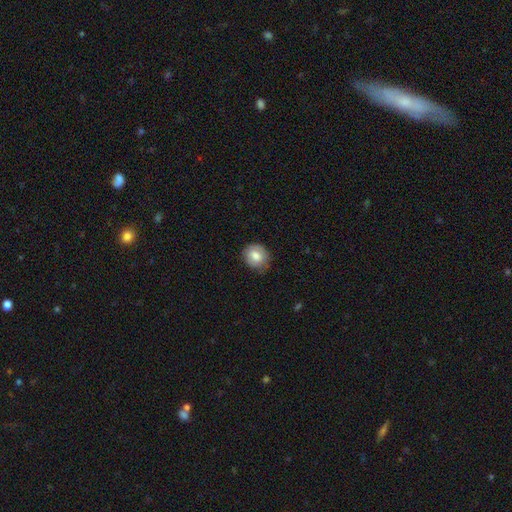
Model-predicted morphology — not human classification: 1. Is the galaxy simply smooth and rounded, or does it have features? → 75% smooth, 18% featured or disk, 8% star or artifact.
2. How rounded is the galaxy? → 75% round, 24% in between, 1% cigar-shaped.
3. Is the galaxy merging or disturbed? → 74% none, 21% minor disturbance, 4% major disturbance, 1% merger.